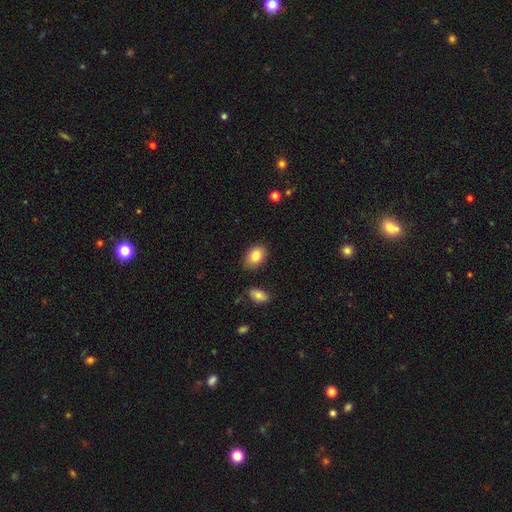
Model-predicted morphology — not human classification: Overall: smooth (83%). How rounded: in between (85%). Merging: none (85%).